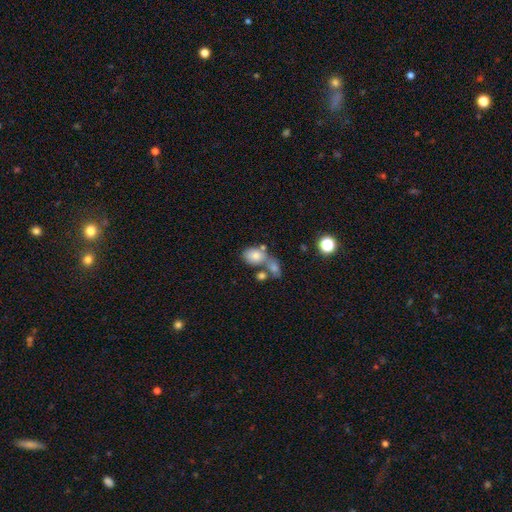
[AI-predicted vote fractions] Smooth or featured? smooth (77%)
How rounded? in between (67%)
Merging? merger (47%)